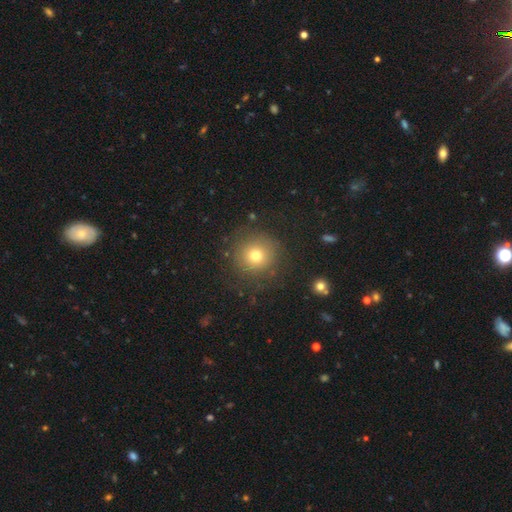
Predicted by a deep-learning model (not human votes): Q: Smooth or featured?
A: smooth (73%); runner-up: star or artifact (14%)
Q: How rounded?
A: round (93%); runner-up: in between (6%)
Q: Merging?
A: none (82%); runner-up: minor disturbance (11%)